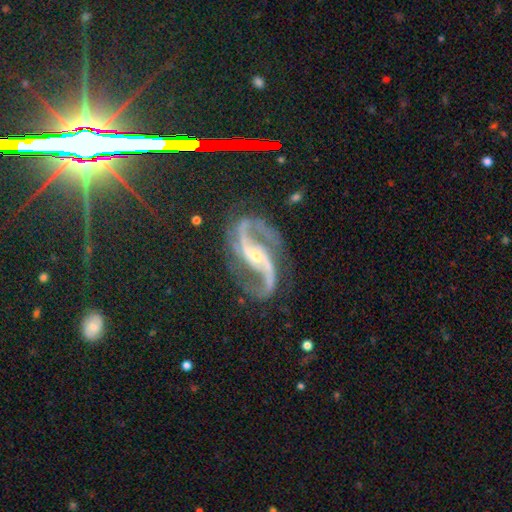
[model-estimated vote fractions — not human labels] This is clearly a featured or disk galaxy (91%). It is clearly not viewed edge-on (97%). Bar: marginally no (41%). Spiral arm pattern: clearly yes (98%). Spiral arm count: clearly 2 (93%). Spiral winding: possibly loose (46%). Central bulge: likely small (72%). Merging: likely none (73%).